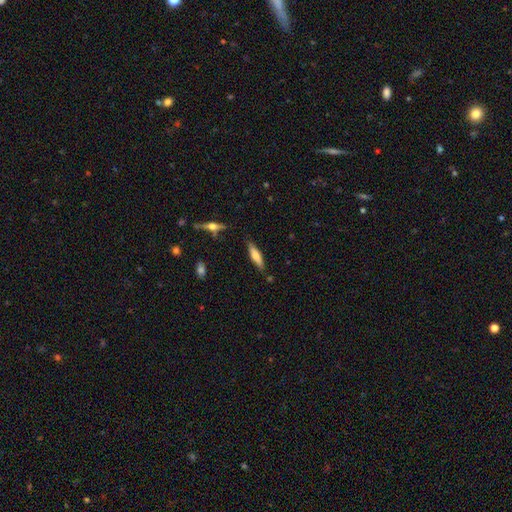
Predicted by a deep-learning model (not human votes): Smooth or featured?
  - smooth: 64% *
  - featured or disk: 29%
  - star or artifact: 7%
How rounded?
  - cigar-shaped: 71% *
  - in between: 28%
  - round: 1%
Merging?
  - none: 80% *
  - minor disturbance: 14%
  - merger: 3%
  - major disturbance: 3%